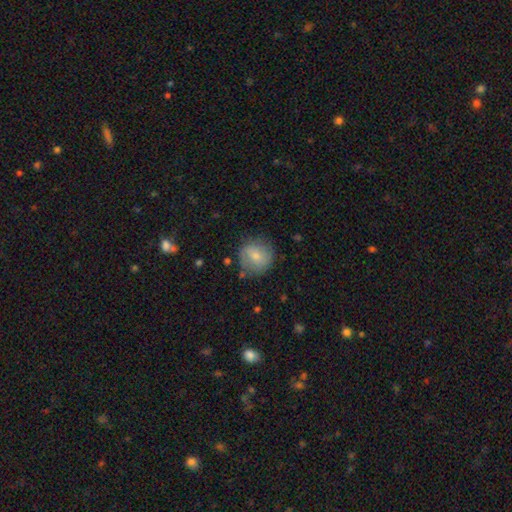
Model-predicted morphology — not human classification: The model was most divided on "smooth or featured": smooth: 67%, featured or disk: 25%, star or artifact: 8%. More confident: how rounded — round (90%); merging — none (75%).